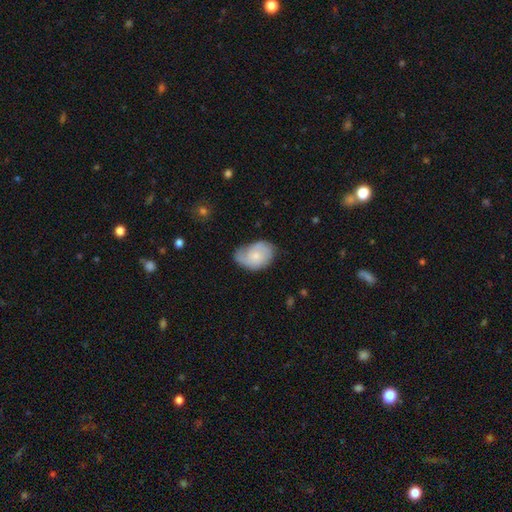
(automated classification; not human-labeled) featured or disk 54%, smooth 39%, star or artifact 6%. Down the decision tree: edge-on disk — no (97%); bar — no (75%); spiral arms — yes (89%); bulge size — small (54%); merging — none (54%).